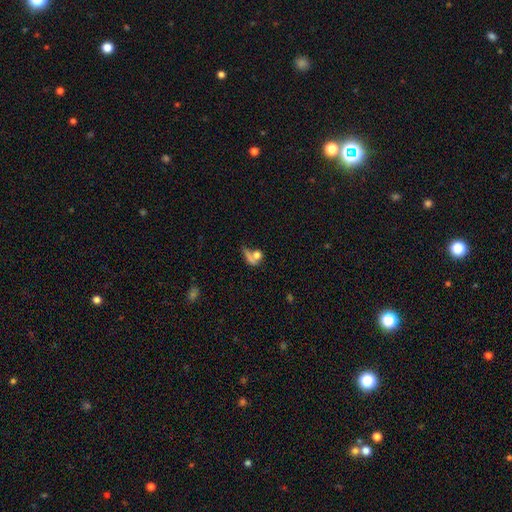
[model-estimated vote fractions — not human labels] A smooth galaxy with no disk features (66%) that is round (55%). Merging: merger (36%).